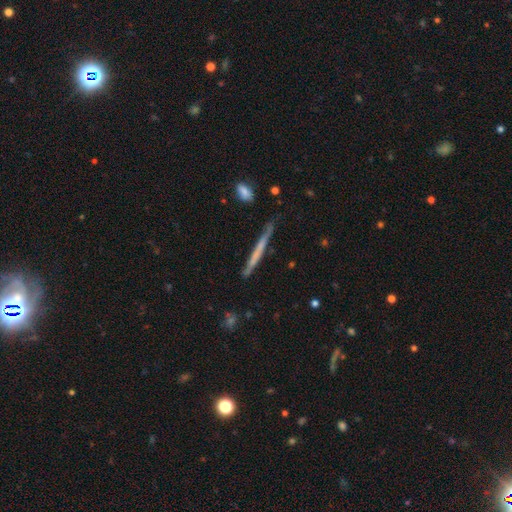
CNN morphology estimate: Overall: featured or disk (49%; smooth 45%). Merging: none (83%).